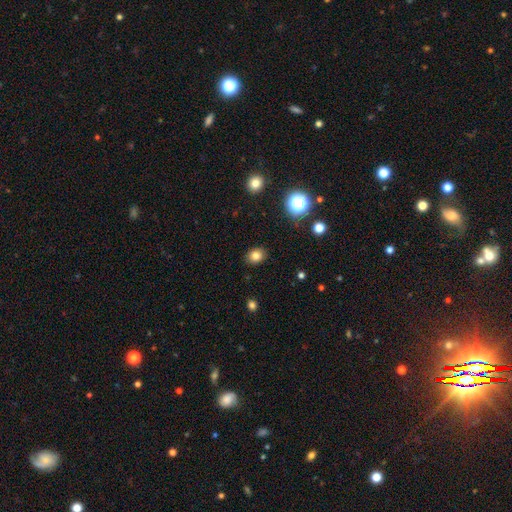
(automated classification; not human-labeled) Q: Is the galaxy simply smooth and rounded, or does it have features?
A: smooth — 80%.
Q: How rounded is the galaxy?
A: in between — 50%.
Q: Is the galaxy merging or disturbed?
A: none — 88%.